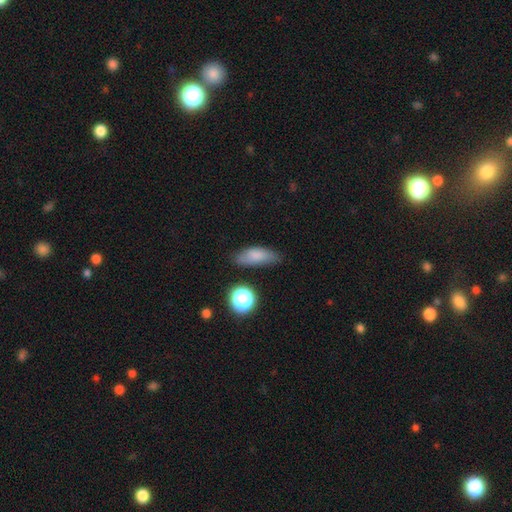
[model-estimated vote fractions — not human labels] smooth-or-featured: smooth: 79% | featured or disk: 11% | star or artifact: 10%
  how-rounded: in between: 69% | cigar-shaped: 25% | round: 7%
  merging: none: 71% | minor disturbance: 20% | major disturbance: 5% | merger: 3%